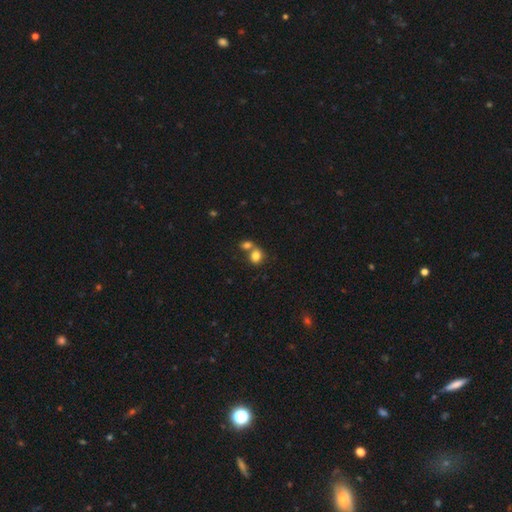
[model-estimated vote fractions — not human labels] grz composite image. It shows a smooth galaxy with no disk features (81%) that is round (64%). Merging: merger (48%).